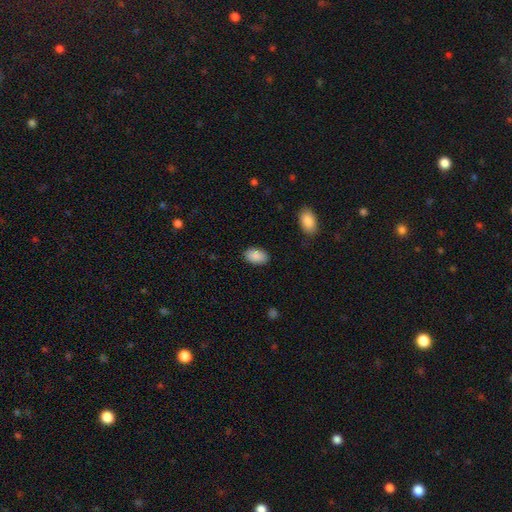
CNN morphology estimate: Smooth or featured: smooth — 89% (star or artifact — 7%)
How rounded: in between — 93% (round — 6%)
Merging: none — 86% (minor disturbance — 10%)